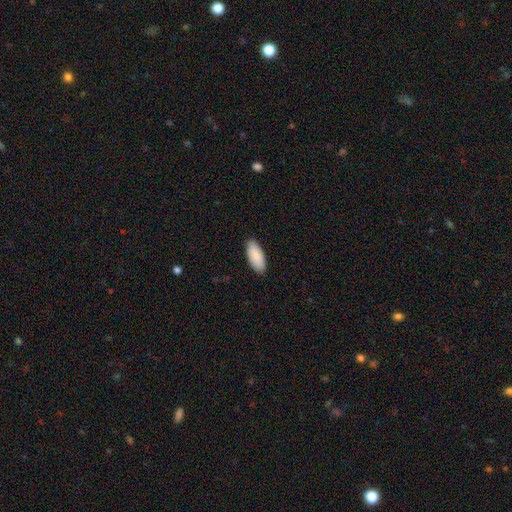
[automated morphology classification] A smooth galaxy with no disk features (90%) that is in between round and cigar-shaped (87%). Merging: none (88%).